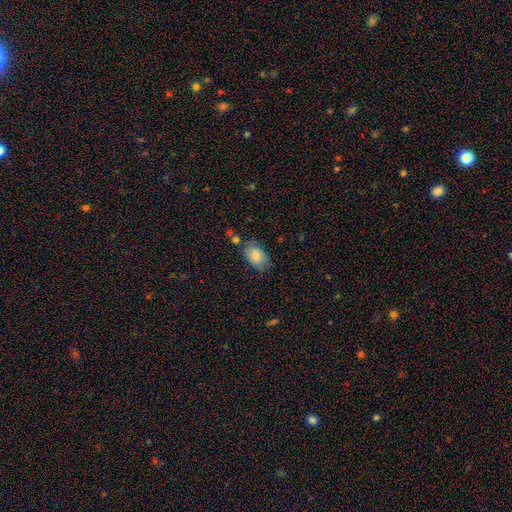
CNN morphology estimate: Q: Smooth or featured?
A: smooth (82%); runner-up: featured or disk (11%)
Q: How rounded?
A: in between (89%); runner-up: round (9%)
Q: Merging?
A: none (68%); runner-up: minor disturbance (21%)